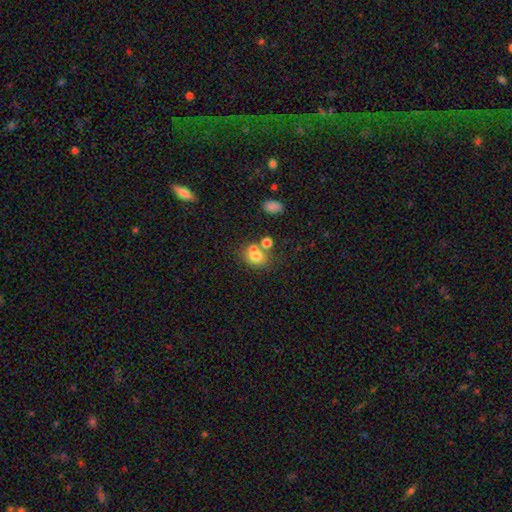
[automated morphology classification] type=smooth (72%); roundness=round (60%); merging=none (45%).